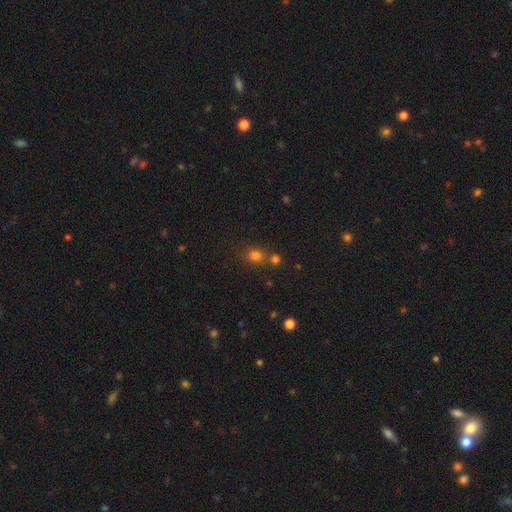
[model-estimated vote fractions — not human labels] Morphology: type=smooth (75%); roundness=round (72%); merging=none (60%).